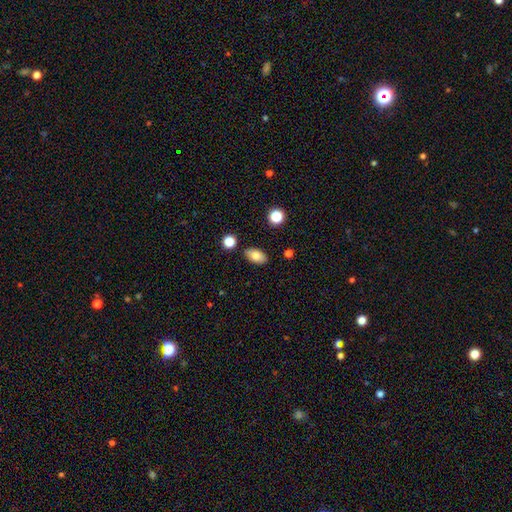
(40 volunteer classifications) Volunteers were most divided on "smooth or featured": smooth: 70%, featured or disk: 20%, star or artifact: 10%. More confident: merging — none (92%); how rounded — in between (86%).